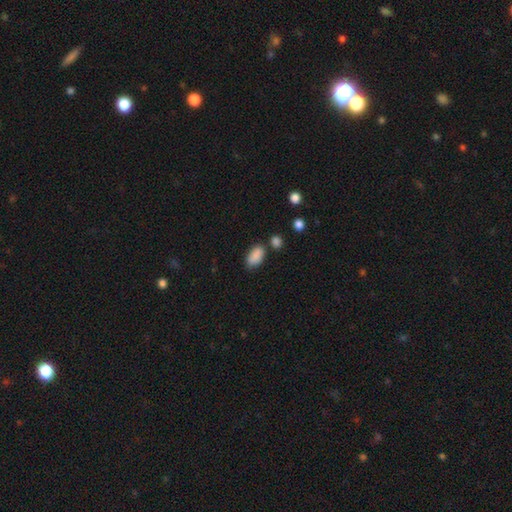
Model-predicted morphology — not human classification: The model was most divided on "merging": none: 75%, minor disturbance: 14%, merger: 8%, major disturbance: 4%. More confident: how rounded — in between (93%); smooth or featured — smooth (89%).